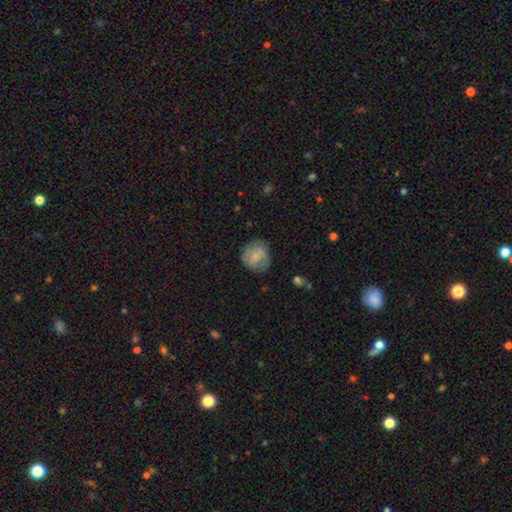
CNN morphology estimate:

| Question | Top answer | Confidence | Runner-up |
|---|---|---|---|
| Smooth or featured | smooth | 65% | featured or disk (27%) |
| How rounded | round | 83% | in between (16%) |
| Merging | none | 71% | minor disturbance (20%) |